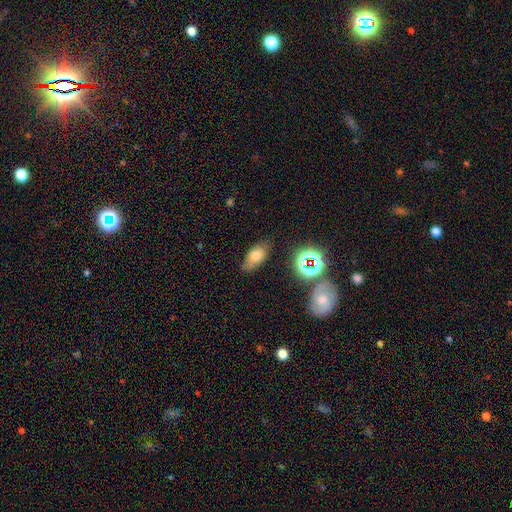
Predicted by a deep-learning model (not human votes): Smooth or featured? smooth (66%)
How rounded? in between (86%)
Merging? none (74%)